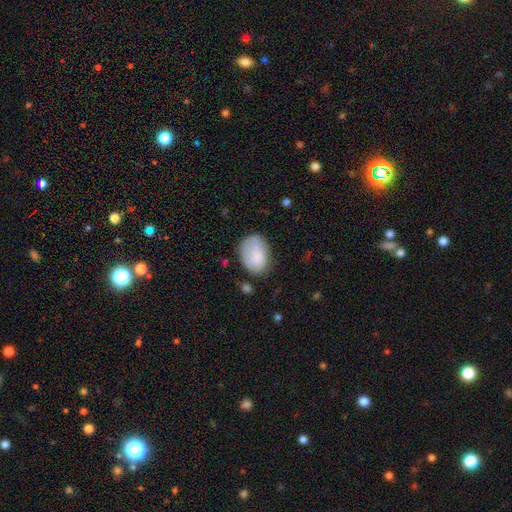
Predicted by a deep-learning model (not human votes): Smooth or featured? smooth (80%)
How rounded? in between (80%)
Merging? none (57%)